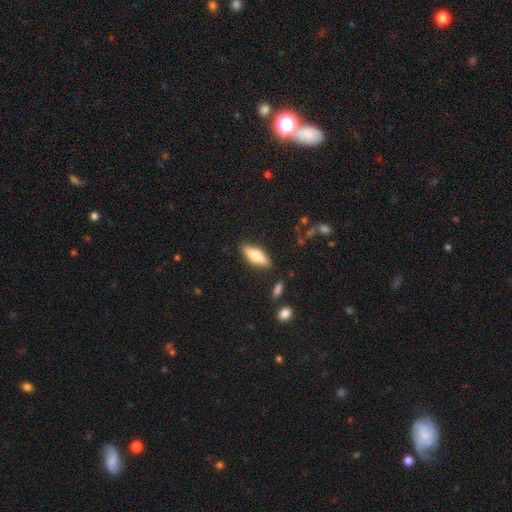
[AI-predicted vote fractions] This is likely a smooth galaxy (60%). How rounded: possibly in between (56%). Merging: clearly none (86%).